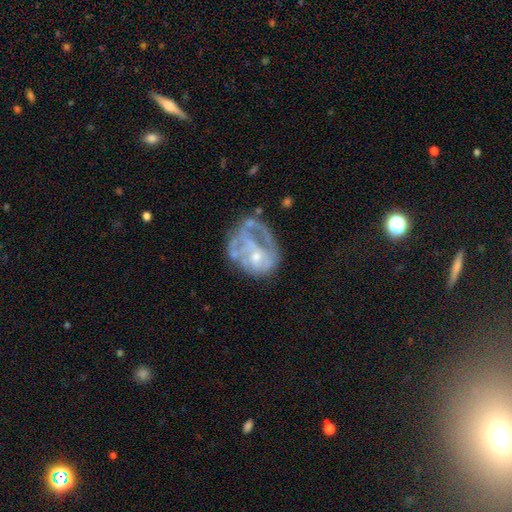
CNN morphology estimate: The model was most divided on "merging": major disturbance: 36%, none: 35%, minor disturbance: 22%, merger: 7%. More confident: edge-on disk — no (98%); bar — no (75%); smooth or featured — featured or disk (67%); spiral arms — no (61%); bulge size — small (53%).